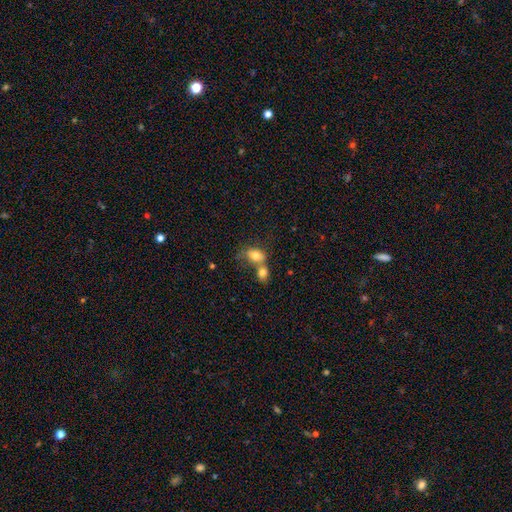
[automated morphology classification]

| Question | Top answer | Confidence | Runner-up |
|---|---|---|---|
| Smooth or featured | smooth | 76% | featured or disk (14%) |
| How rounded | in between | 67% | round (32%) |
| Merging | merger | 60% | none (23%) |